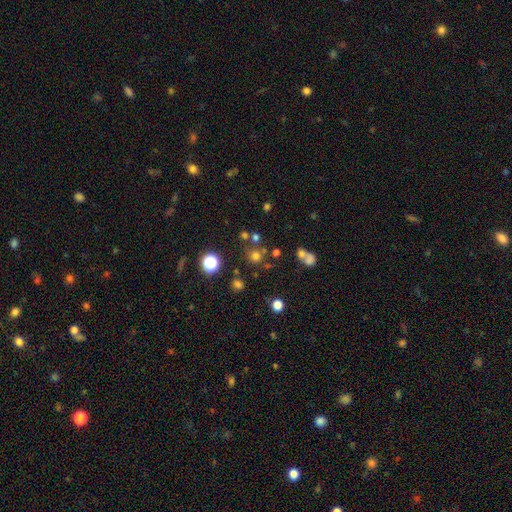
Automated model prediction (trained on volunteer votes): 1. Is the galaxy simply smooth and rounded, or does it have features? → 67% smooth, 25% star or artifact, 8% featured or disk.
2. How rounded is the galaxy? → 91% round, 8% in between, 1% cigar-shaped.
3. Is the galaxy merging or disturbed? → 71% none, 16% merger, 9% minor disturbance, 4% major disturbance.